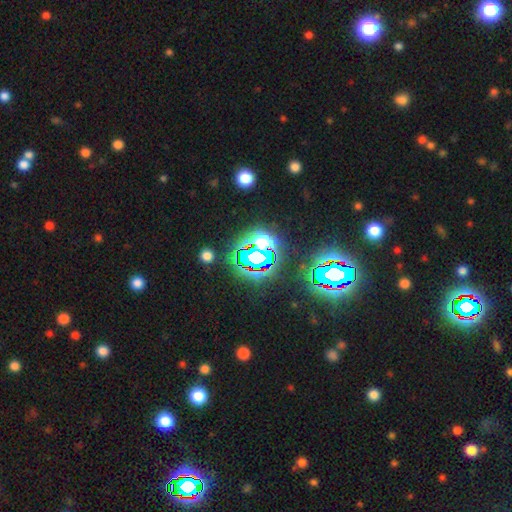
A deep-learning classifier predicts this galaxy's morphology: This appears to be a star or artifact, not a galaxy (80%).